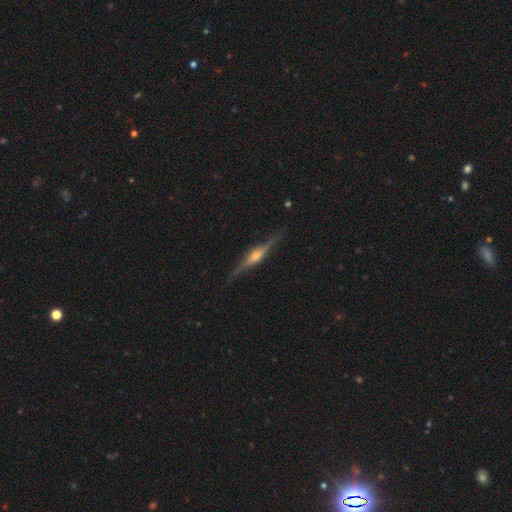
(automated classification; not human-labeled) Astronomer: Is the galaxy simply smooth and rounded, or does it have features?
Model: featured or disk — 84%.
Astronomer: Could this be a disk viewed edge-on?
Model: yes — 98%.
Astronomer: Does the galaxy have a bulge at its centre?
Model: rounded — 78%.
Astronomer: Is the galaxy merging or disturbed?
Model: none — 88%.